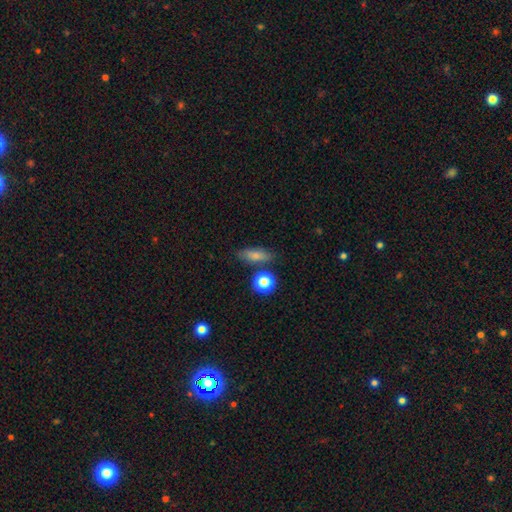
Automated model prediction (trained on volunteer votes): smooth-or-featured: smooth: 79% | featured or disk: 11% | star or artifact: 11%
  how-rounded: in between: 58% | cigar-shaped: 30% | round: 12%
  merging: none: 76% | minor disturbance: 13% | merger: 7% | major disturbance: 4%